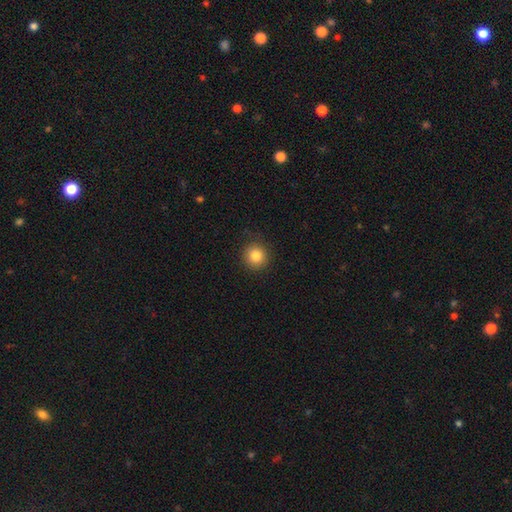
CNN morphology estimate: The model was most divided on "smooth or featured": smooth: 84%, star or artifact: 11%, featured or disk: 6%. More confident: how rounded — round (93%); merging — none (89%).